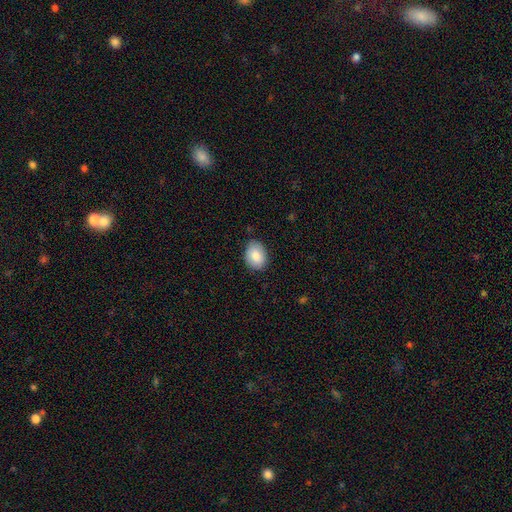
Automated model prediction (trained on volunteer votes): This appears to be a smooth galaxy with no disk features (84%) that is in between round and cigar-shaped (73%). Merging: none (82%).